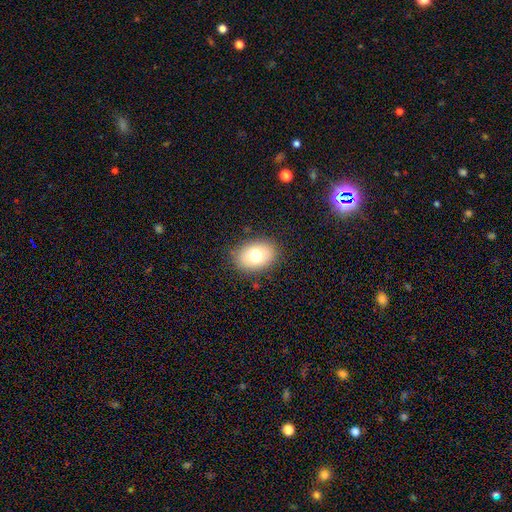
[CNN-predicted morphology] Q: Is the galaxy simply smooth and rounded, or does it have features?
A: smooth — 74%.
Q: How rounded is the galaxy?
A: in between — 74%.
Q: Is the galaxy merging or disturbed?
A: none — 84%.